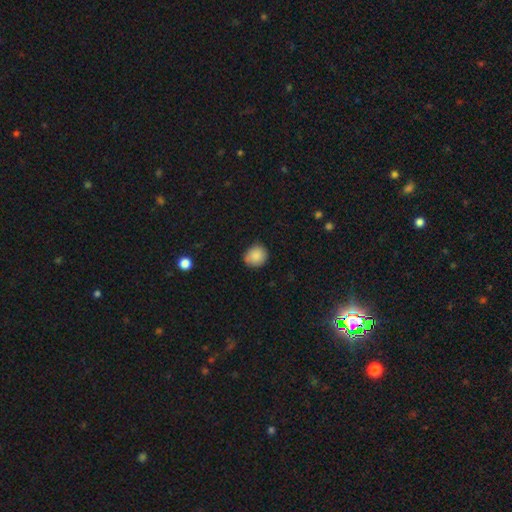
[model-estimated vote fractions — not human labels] Q: Smooth or featured?
A: smooth (87%); runner-up: star or artifact (8%)
Q: How rounded?
A: round (83%); runner-up: in between (16%)
Q: Merging?
A: none (81%); runner-up: minor disturbance (15%)